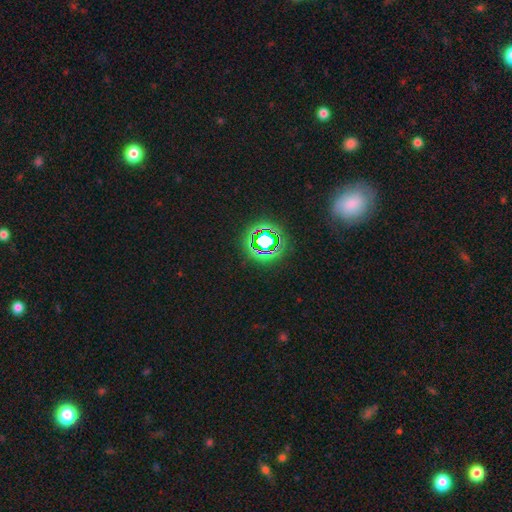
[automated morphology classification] Smooth or featured?
  - star or artifact: 66% *
  - smooth: 26%
  - featured or disk: 9%